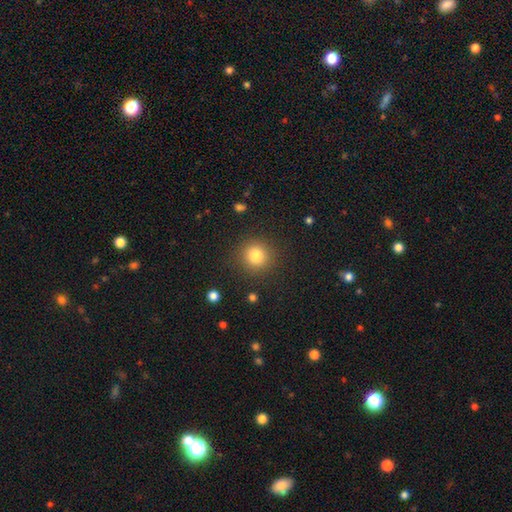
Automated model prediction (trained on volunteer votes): Smooth or featured: smooth — 81% (star or artifact — 12%)
How rounded: round — 93% (in between — 6%)
Merging: none — 89% (minor disturbance — 7%)